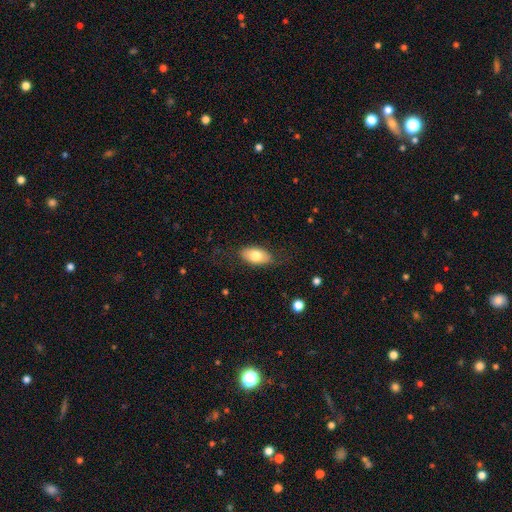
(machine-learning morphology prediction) The model was most divided on "smooth or featured": smooth: 76%, featured or disk: 18%, star or artifact: 7%. More confident: how rounded — in between (92%); merging — none (77%).